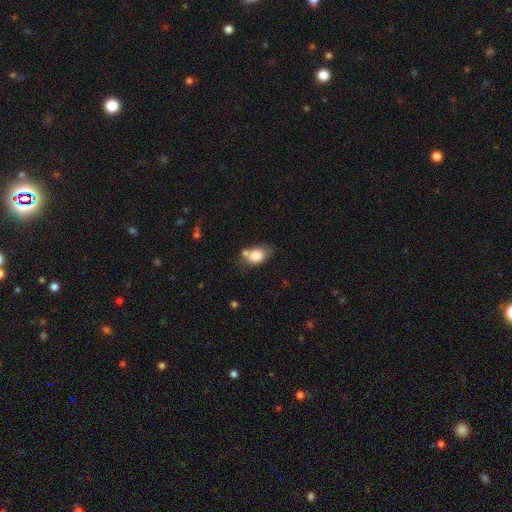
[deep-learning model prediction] Morphology: type=smooth (81%); roundness=in between (77%); merging=none (50%).